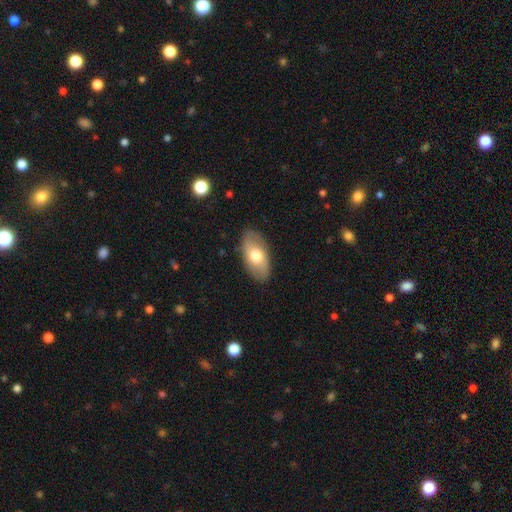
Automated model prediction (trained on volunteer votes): This appears to be a smooth galaxy with no disk features (64%) that is in between round and cigar-shaped (93%). Merging: none (85%).